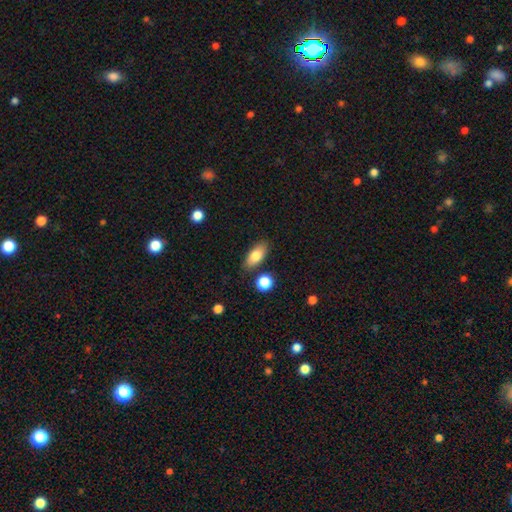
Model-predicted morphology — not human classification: Smooth or featured?
  - smooth: 80% *
  - featured or disk: 12%
  - star or artifact: 7%
How rounded?
  - in between: 85% *
  - cigar-shaped: 10%
  - round: 5%
Merging?
  - none: 81% *
  - minor disturbance: 12%
  - merger: 5%
  - major disturbance: 3%